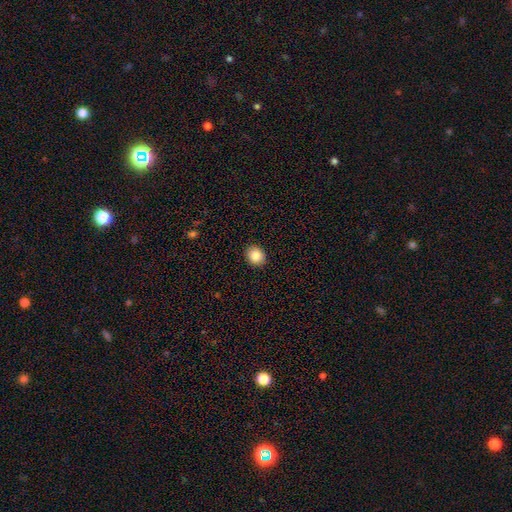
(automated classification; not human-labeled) A smooth galaxy with no disk features (86%) that is round (70%). Merging: none (92%).